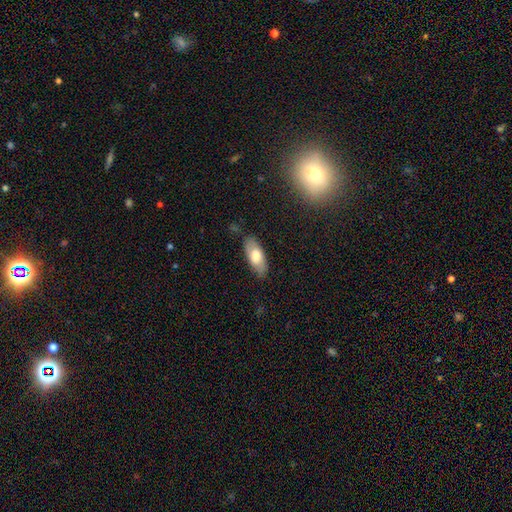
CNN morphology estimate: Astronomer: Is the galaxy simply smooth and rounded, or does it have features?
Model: smooth — 68%.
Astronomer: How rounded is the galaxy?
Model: in between — 83%.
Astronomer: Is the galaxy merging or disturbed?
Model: none — 82%.